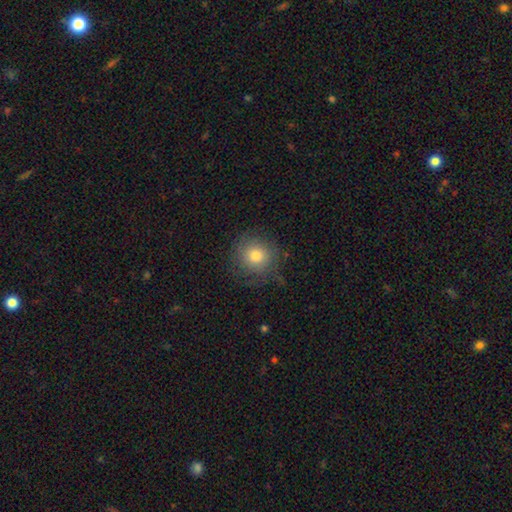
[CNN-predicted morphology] smooth_or_featured: smooth (p=0.77) [alt: featured or disk p=0.13]
how_rounded: round (p=0.92) [alt: in between p=0.07]
merging: none (p=0.78) [alt: minor disturbance p=0.15]